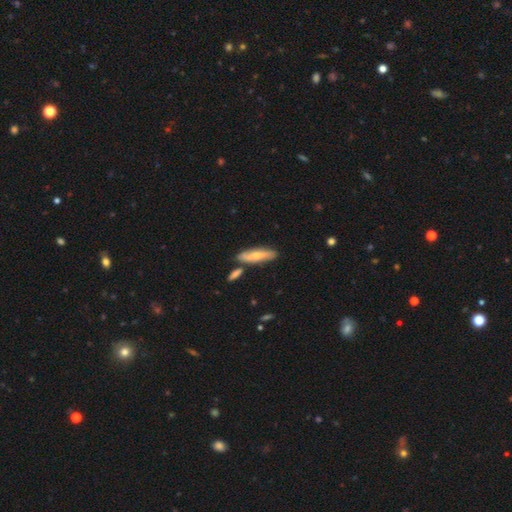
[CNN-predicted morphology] type=smooth (55%); roundness=cigar-shaped (62%); merging=none (73%).